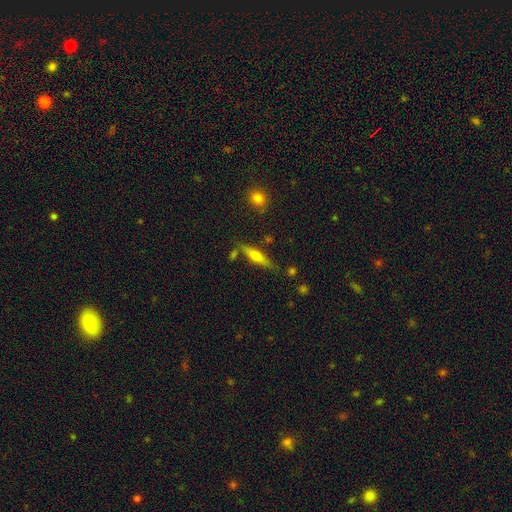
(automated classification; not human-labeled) A featured or disk galaxy (46%, tied with smooth).

Vote fractions:
- Smooth or featured? featured or disk: 46% (tied) / smooth: 46% (tied) / star or artifact: 7%
- Merging? none: 75% / minor disturbance: 14% / merger: 8% / major disturbance: 4%